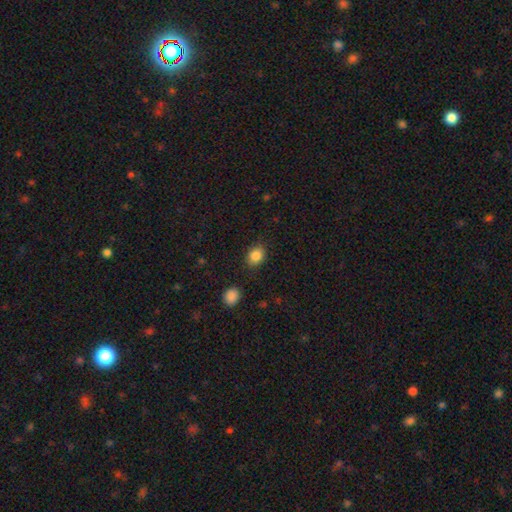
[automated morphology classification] Smooth or featured?
  - smooth: 85% *
  - star or artifact: 10%
  - featured or disk: 5%
How rounded?
  - in between: 56% *
  - round: 43%
  - cigar-shaped: 1%
Merging?
  - none: 83% *
  - minor disturbance: 12%
  - major disturbance: 3%
  - merger: 2%